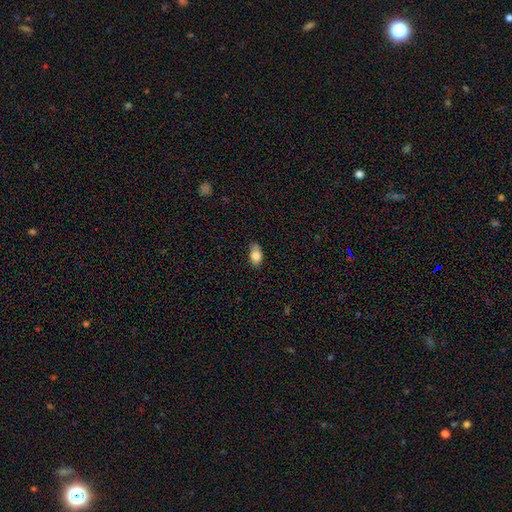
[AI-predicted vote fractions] Smooth or featured? Predicted: smooth (p=0.83). How rounded? Predicted: in between (p=0.88). Merging? Predicted: none (p=0.71).